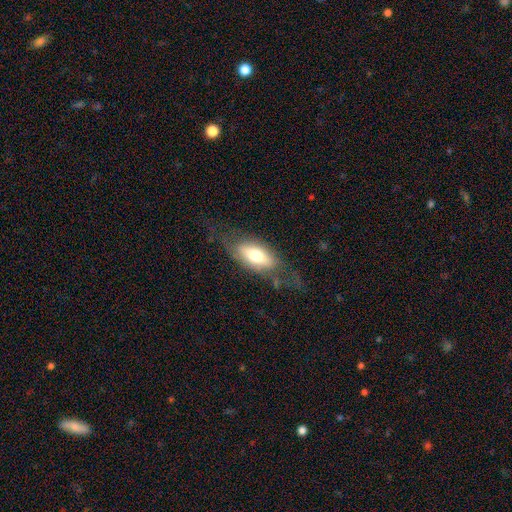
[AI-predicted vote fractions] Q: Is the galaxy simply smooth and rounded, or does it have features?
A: smooth — 57%.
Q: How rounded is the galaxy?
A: in between — 84%.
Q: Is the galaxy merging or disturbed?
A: none — 60%.